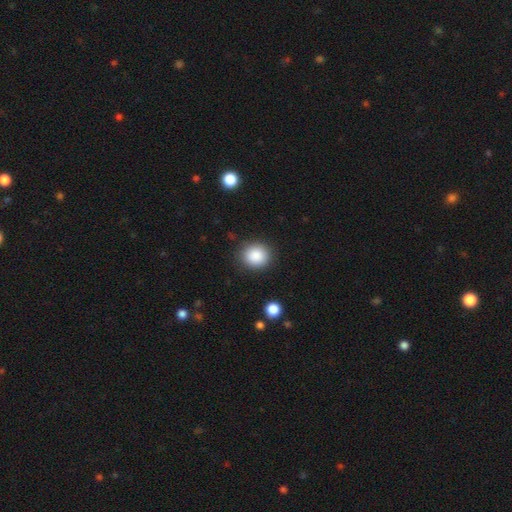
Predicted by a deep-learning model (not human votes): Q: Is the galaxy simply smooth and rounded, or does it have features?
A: smooth — 87%.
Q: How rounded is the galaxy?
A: round — 82%.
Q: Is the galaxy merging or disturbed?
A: none — 88%.